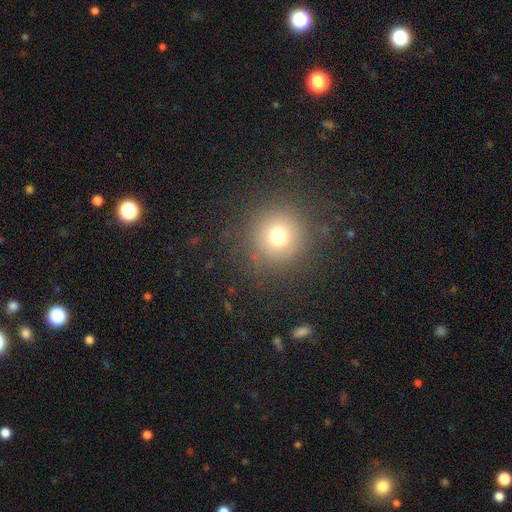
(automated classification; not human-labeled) Smooth or featured: smooth — 62% (star or artifact — 30%)
How rounded: round — 95% (in between — 4%)
Merging: none — 91% (minor disturbance — 5%)